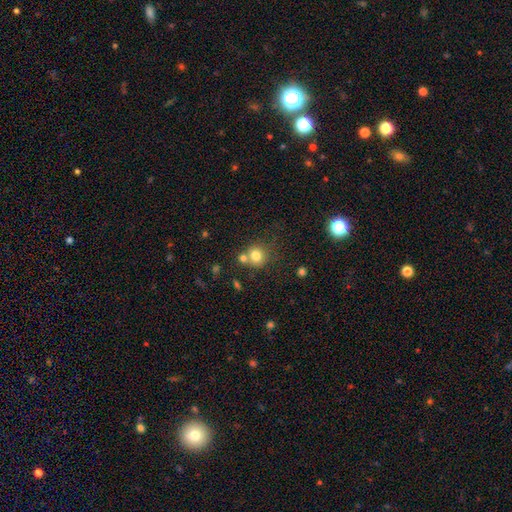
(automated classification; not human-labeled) smooth-or-featured: smooth: 77% | star or artifact: 13% | featured or disk: 10%
  how-rounded: round: 88% | in between: 11% | cigar-shaped: 1%
  merging: none: 58% | merger: 27% | minor disturbance: 11% | major disturbance: 4%